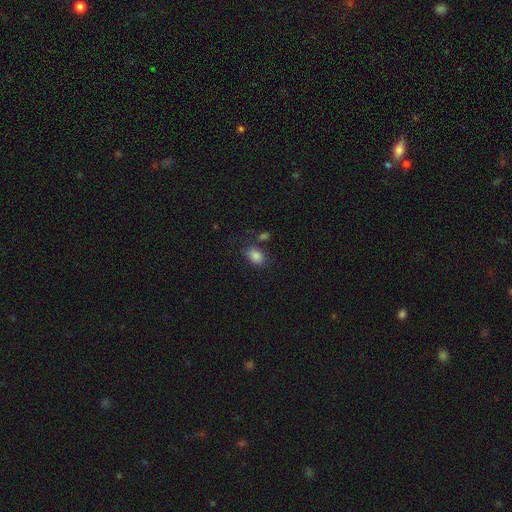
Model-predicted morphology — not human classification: smooth-or-featured: smooth: 86% | star or artifact: 10% | featured or disk: 5%
  how-rounded: in between: 82% | round: 17% | cigar-shaped: 1%
  merging: none: 71% | minor disturbance: 15% | merger: 9% | major disturbance: 5%